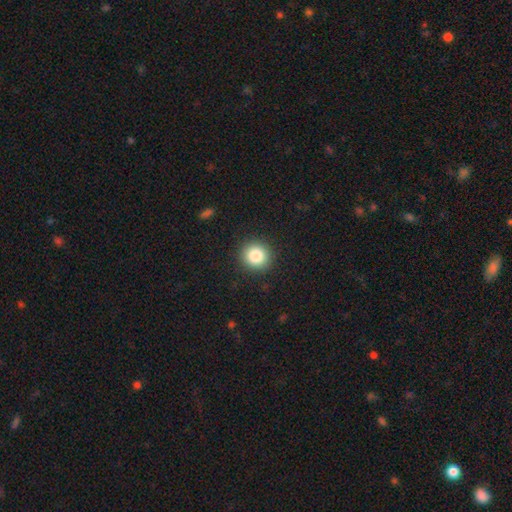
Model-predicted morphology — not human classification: This appears to be a smooth galaxy with no disk features (85%) that is round (91%). Merging: none (91%).